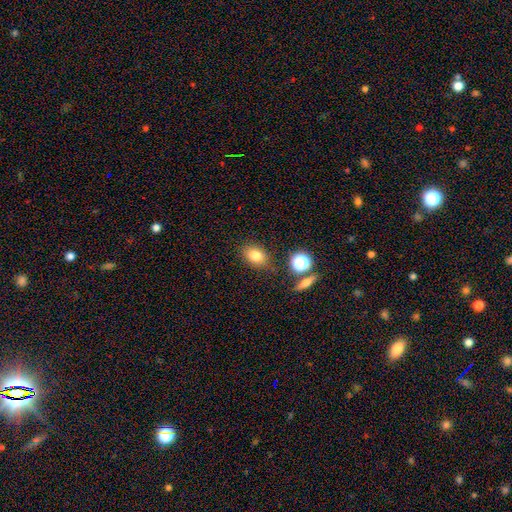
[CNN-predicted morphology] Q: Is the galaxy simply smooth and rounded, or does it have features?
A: smooth — 78%.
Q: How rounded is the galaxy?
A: in between — 72%.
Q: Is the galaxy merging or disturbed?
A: none — 81%.